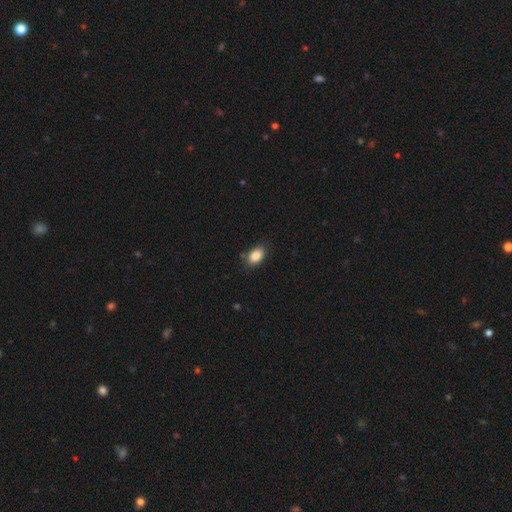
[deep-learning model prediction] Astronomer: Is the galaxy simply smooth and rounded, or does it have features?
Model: smooth — 87%.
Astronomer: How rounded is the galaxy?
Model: in between — 88%.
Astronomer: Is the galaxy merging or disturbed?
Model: none — 84%.